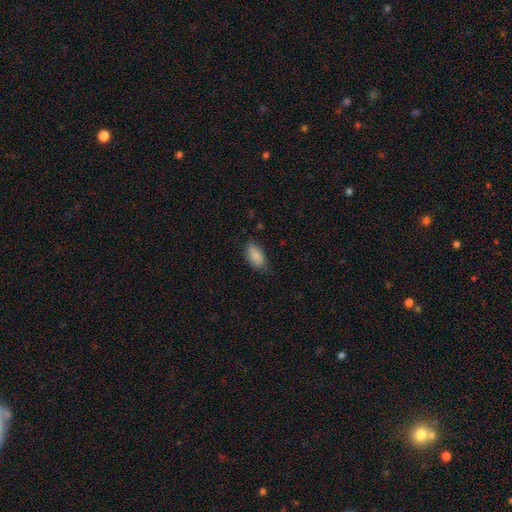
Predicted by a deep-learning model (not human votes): smooth 87%, featured or disk 7%, star or artifact 7%. Down the decision tree: how rounded — in between (92%); merging — none (76%).